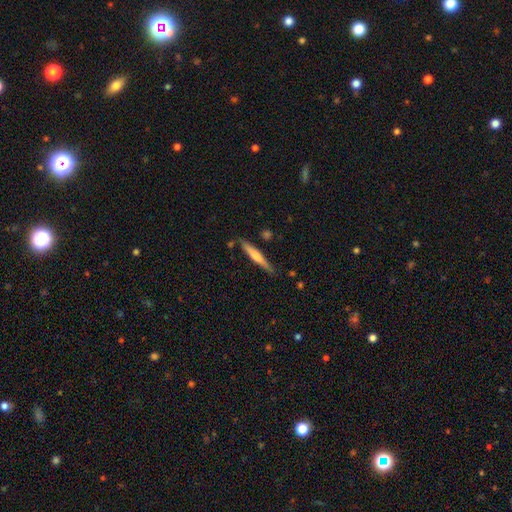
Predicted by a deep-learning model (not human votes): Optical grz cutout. It shows a smooth galaxy with no disk features (53%) that is cigar-shaped (94%). Merging: none (83%).